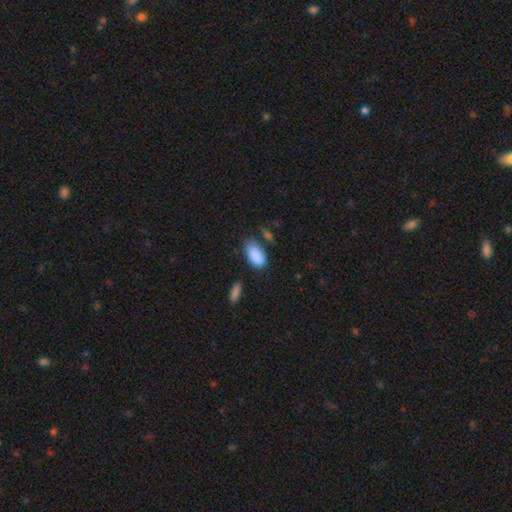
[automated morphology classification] This is clearly a smooth galaxy (88%). How rounded: clearly in between (94%). Merging: likely none (63%).